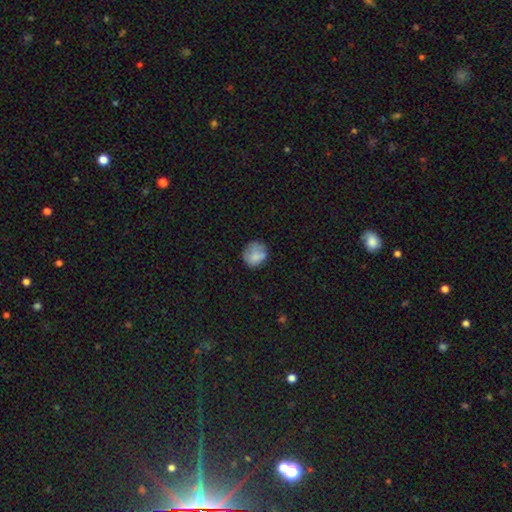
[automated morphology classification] A smooth galaxy with no disk features (76%) that is round (78%).

Vote fractions:
- Smooth or featured? smooth: 76% / featured or disk: 14% / star or artifact: 9%
- How rounded? round: 78% / in between: 21% / cigar-shaped: 1%
- Merging? none: 63% / minor disturbance: 24% / major disturbance: 10% / merger: 3%